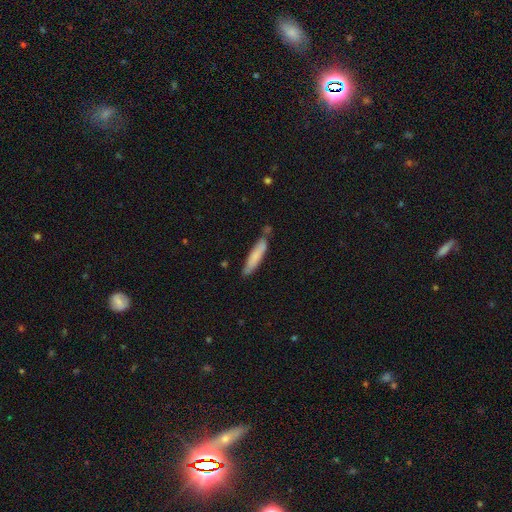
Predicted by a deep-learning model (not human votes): smooth-or-featured: smooth: 75% | featured or disk: 19% | star or artifact: 6%
  how-rounded: cigar-shaped: 87% | in between: 12% | round: 1%
  merging: none: 68% | minor disturbance: 20% | merger: 8% | major disturbance: 4%